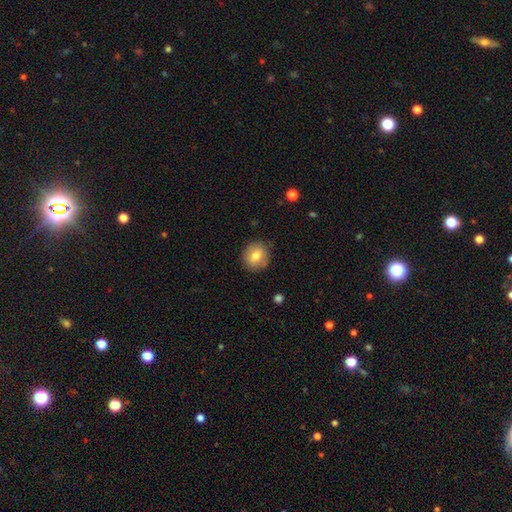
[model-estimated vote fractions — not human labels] Morphology: type=smooth (77%); roundness=round (83%); merging=none (86%).